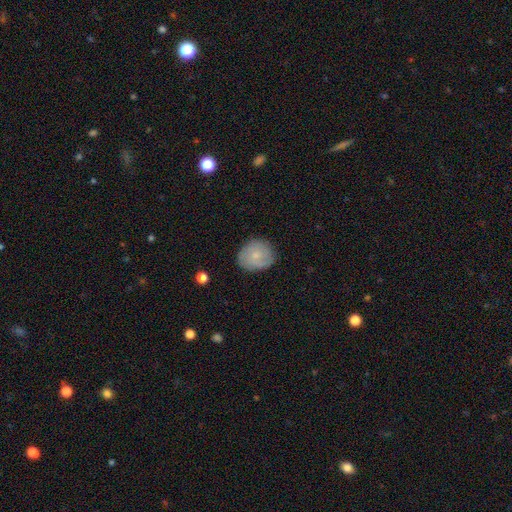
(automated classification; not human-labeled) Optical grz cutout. It shows a smooth galaxy with no disk features (65%) that is round (70%). Merging: none (77%).